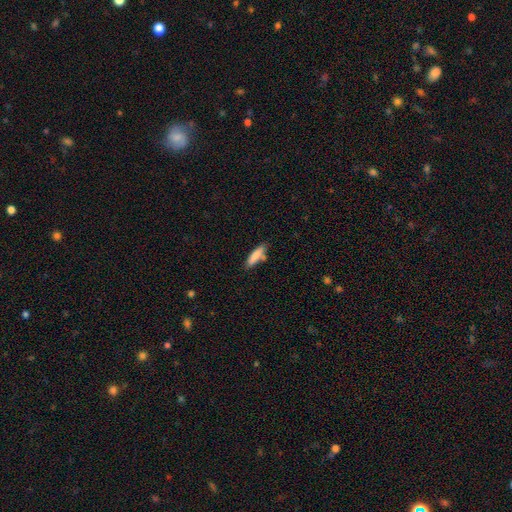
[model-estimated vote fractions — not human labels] The model was most divided on "how rounded": cigar-shaped: 68%, in between: 31%, round: 2%. More confident: smooth or featured — smooth (82%); merging — none (72%).